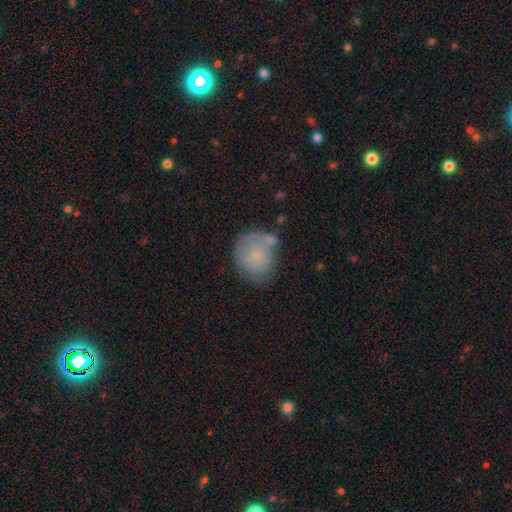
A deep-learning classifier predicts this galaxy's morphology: type=smooth (69%); roundness=round (75%); merging=none (50%).